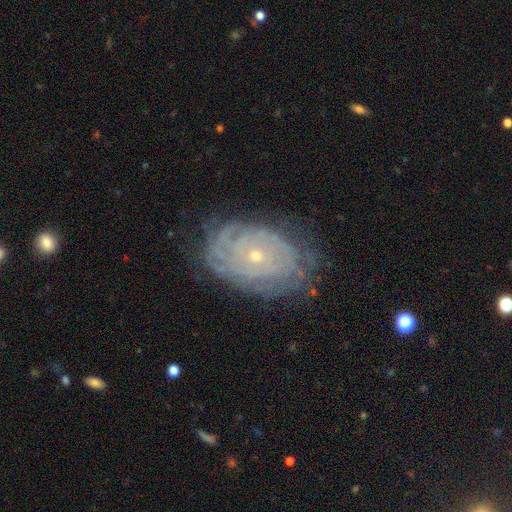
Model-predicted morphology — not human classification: Q: Smooth or featured?
A: featured or disk (83%); runner-up: smooth (10%)
Q: Edge-on disk?
A: no (95%); runner-up: yes (5%)
Q: Bar?
A: no (81%); runner-up: weak (15%)
Q: Spiral arms?
A: yes (94%); runner-up: no (6%)
Q: Spiral winding?
A: tight (83%); runner-up: medium (13%)
Q: Spiral arm count?
A: can't tell (43%); runner-up: 4 (15%)
Q: Bulge size?
A: small (77%); runner-up: moderate (20%)
Q: Merging?
A: none (76%); runner-up: minor disturbance (17%)